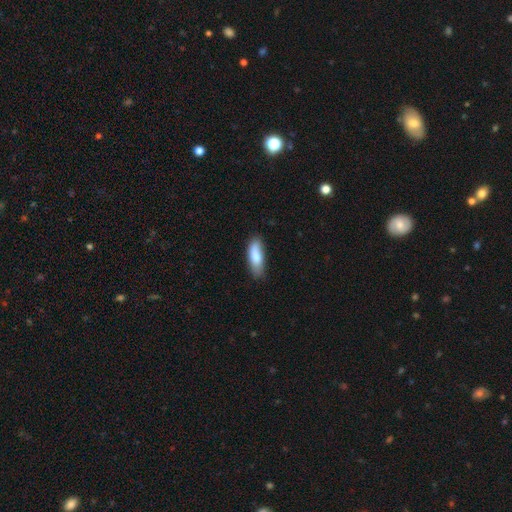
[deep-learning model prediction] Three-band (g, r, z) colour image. It shows a smooth galaxy with no disk features (81%) that is in between round and cigar-shaped (64%). Merging: none (73%).